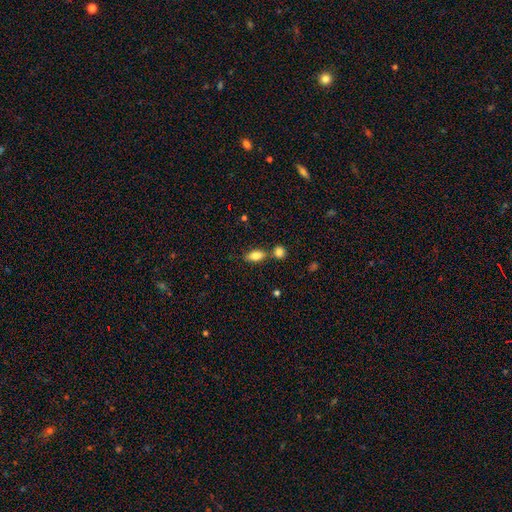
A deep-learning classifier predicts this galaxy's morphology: A smooth galaxy with no disk features (82%) that is in between round and cigar-shaped (85%).

Vote fractions:
- Smooth or featured? smooth: 82% / featured or disk: 10% / star or artifact: 8%
- How rounded? in between: 85% / cigar-shaped: 10% / round: 5%
- Merging? none: 65% / merger: 20% / minor disturbance: 12% / major disturbance: 3%